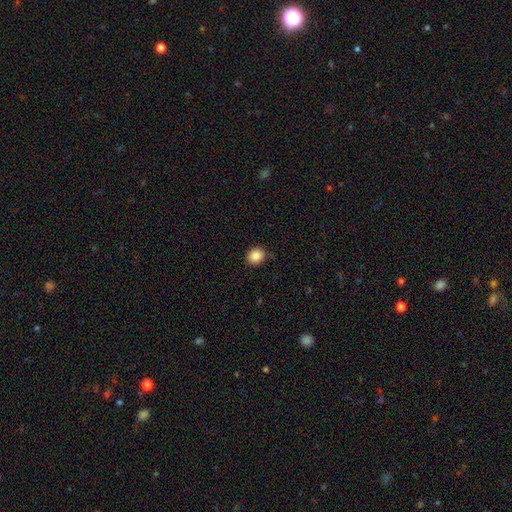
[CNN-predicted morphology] A smooth galaxy with no disk features (87%) that is round (74%). Merging: none (82%).